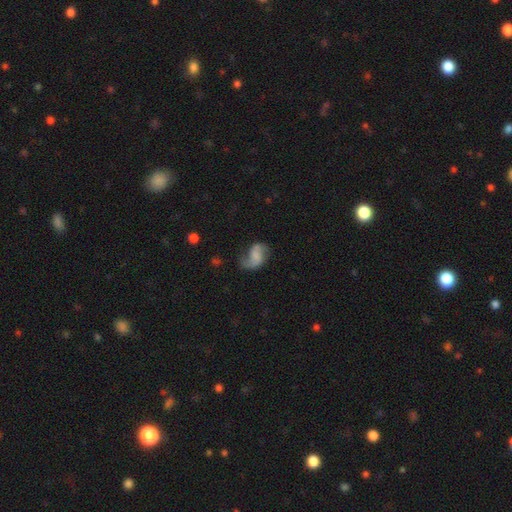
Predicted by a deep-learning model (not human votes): This appears to be a featured or disk galaxy (72%) with no bar (50%), 2 (81%) loose (65%) spiral arms (93%) and no central bulge (54%). Merging: none (55%).